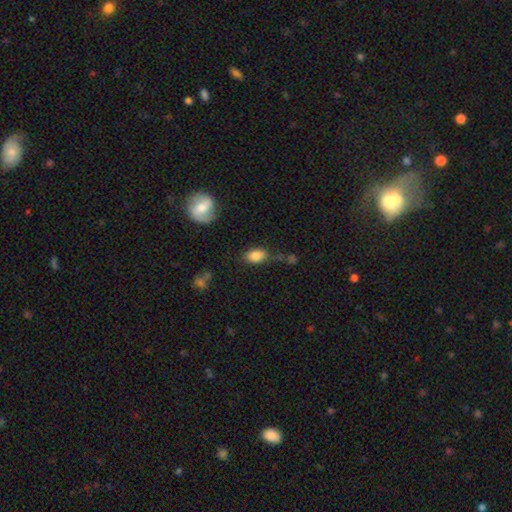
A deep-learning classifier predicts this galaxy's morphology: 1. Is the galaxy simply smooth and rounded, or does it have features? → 83% smooth, 9% featured or disk, 8% star or artifact.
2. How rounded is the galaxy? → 88% in between, 10% round, 2% cigar-shaped.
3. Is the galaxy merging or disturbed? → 72% none, 19% minor disturbance, 6% major disturbance, 4% merger.